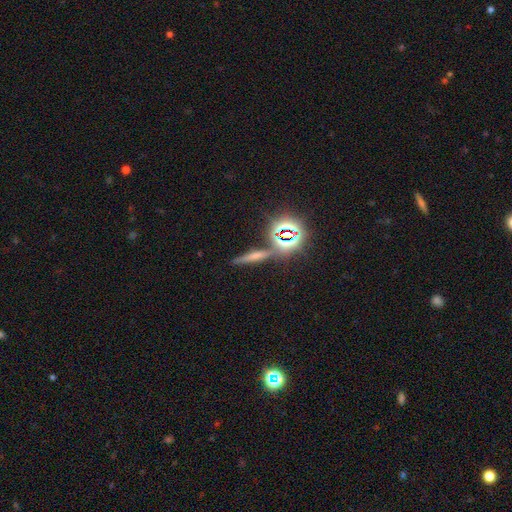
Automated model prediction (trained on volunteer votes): Smooth or featured? star or artifact (36%)